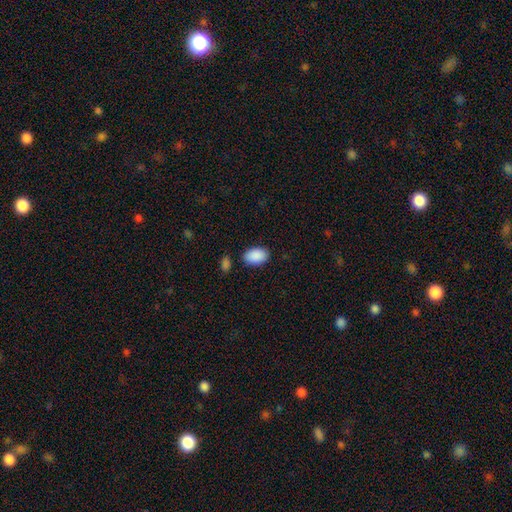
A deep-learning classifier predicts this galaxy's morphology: type=smooth (91%); roundness=in between (90%); merging=none (83%).